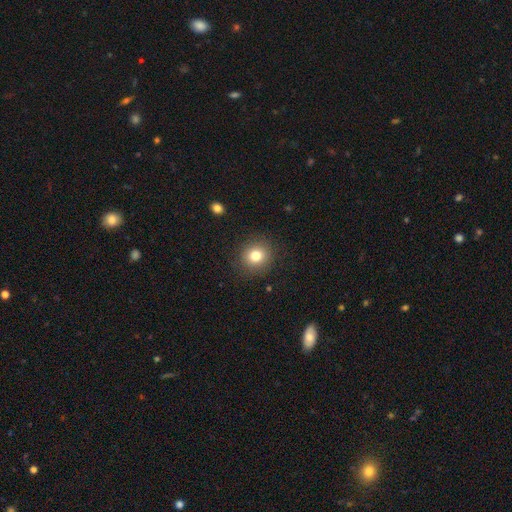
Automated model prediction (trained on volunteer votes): The model was most divided on "smooth or featured": smooth: 80%, star or artifact: 12%, featured or disk: 9%. More confident: merging — none (89%); how rounded — round (85%).